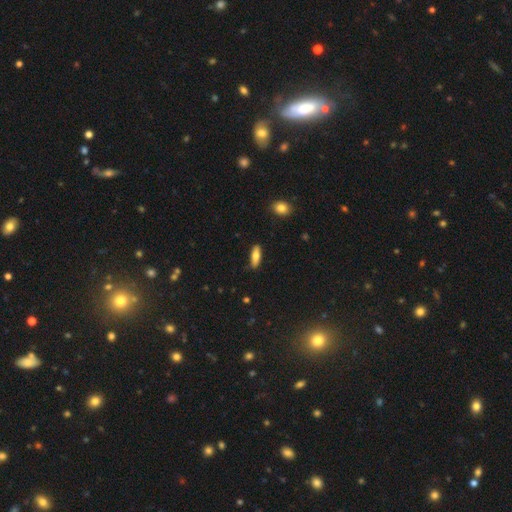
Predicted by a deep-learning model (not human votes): smooth-or-featured: smooth: 75% | featured or disk: 19% | star or artifact: 6%
  how-rounded: in between: 58% | cigar-shaped: 39% | round: 2%
  merging: none: 84% | minor disturbance: 12% | major disturbance: 2% | merger: 1%